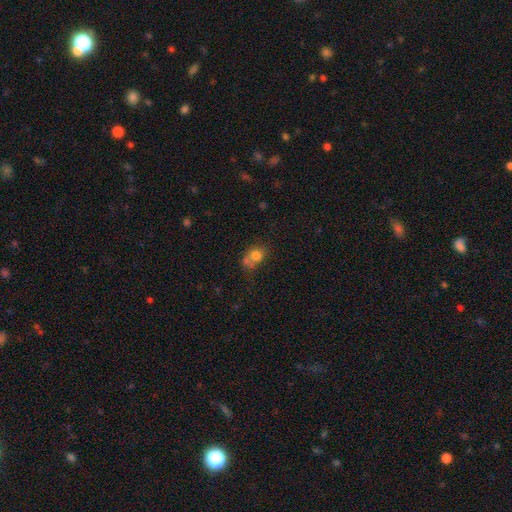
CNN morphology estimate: This is likely a smooth galaxy (74%). How rounded: possibly round (58%). Merging: marginally none (36%).